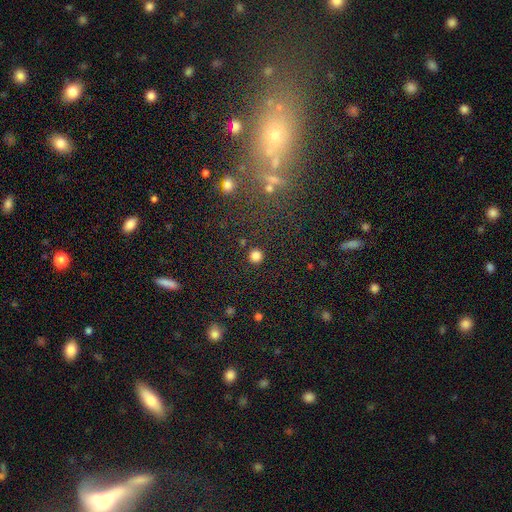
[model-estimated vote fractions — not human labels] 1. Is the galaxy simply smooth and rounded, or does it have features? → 82% smooth, 14% star or artifact, 4% featured or disk.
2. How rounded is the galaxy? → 95% round, 4% in between, 1% cigar-shaped.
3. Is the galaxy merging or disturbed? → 90% none, 5% minor disturbance, 2% major disturbance, 2% merger.